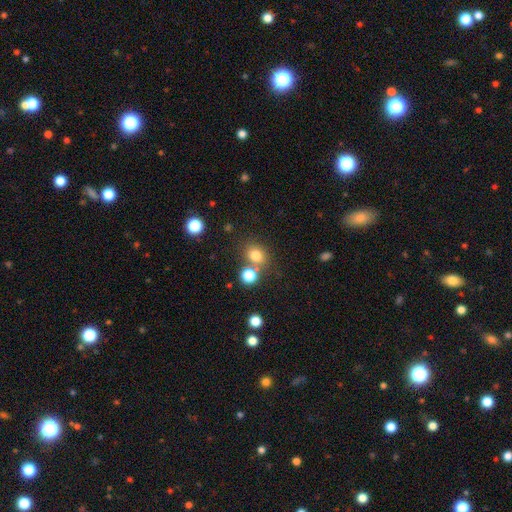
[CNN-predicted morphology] Smooth or featured? Predicted: smooth (p=0.77). How rounded? Predicted: round (p=0.72). Merging? Predicted: none (p=0.65).